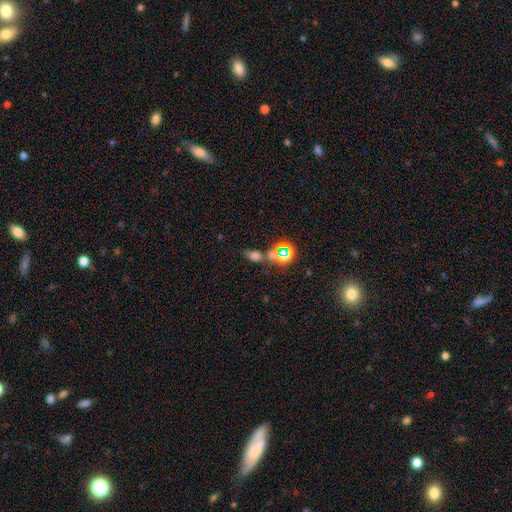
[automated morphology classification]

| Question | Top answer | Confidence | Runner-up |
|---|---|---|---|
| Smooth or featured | smooth | 45% | star or artifact (41%) |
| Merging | none | 47% | merger (30%) |